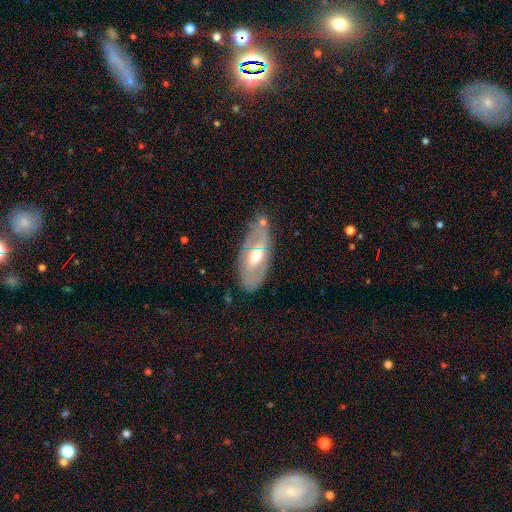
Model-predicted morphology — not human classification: smooth-or-featured: featured or disk: 61% | smooth: 33% | star or artifact: 6%
  disk-edge-on: no: 81% | yes: 19%
  merging: none: 70% | minor disturbance: 20% | major disturbance: 6% | merger: 4%